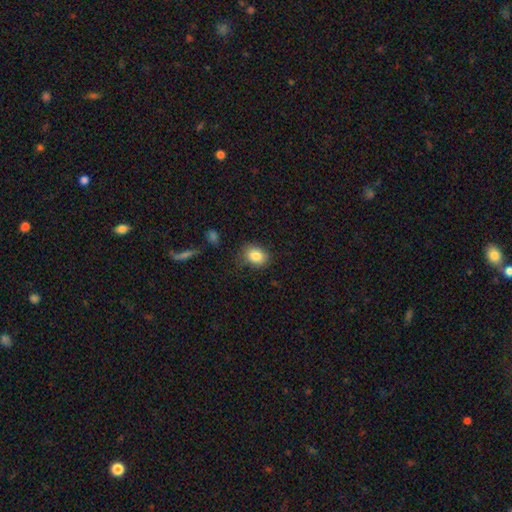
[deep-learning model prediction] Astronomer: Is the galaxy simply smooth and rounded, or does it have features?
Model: smooth — 83%.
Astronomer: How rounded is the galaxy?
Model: in between — 58% (runner-up: round, 41%).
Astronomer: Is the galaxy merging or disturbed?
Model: none — 77%.